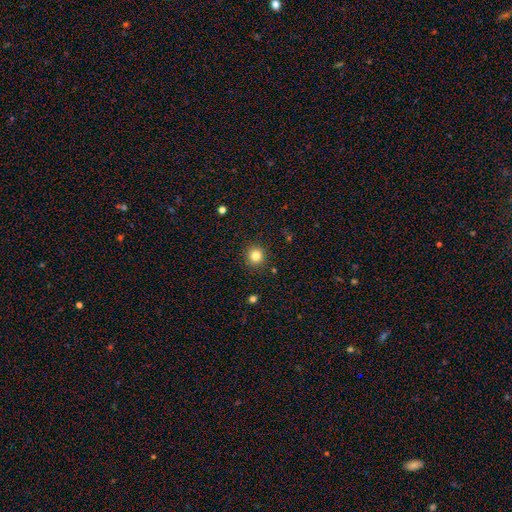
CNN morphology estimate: A smooth galaxy with no disk features (83%) that is round (94%).

Vote fractions:
- Smooth or featured? smooth: 83% / star or artifact: 12% / featured or disk: 5%
- How rounded? round: 94% / in between: 6% / cigar-shaped: 1%
- Merging? none: 91% / minor disturbance: 6% / major disturbance: 2% / merger: 1%